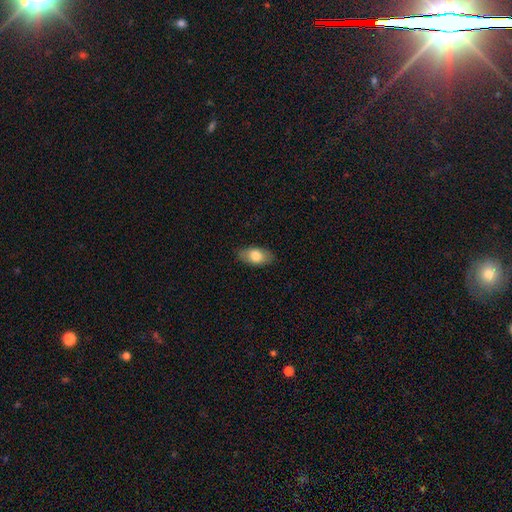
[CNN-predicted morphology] This appears to be a smooth galaxy with no disk features (77%) that is in between round and cigar-shaped (91%). Merging: none (85%).